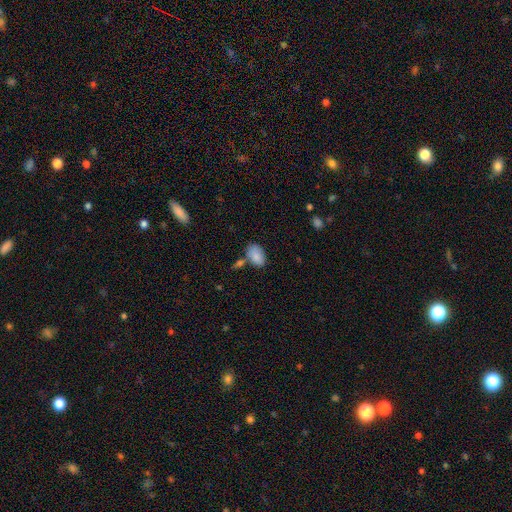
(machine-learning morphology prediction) A smooth galaxy with no disk features (86%) that is in between round and cigar-shaped (92%). Merging: none (58%).